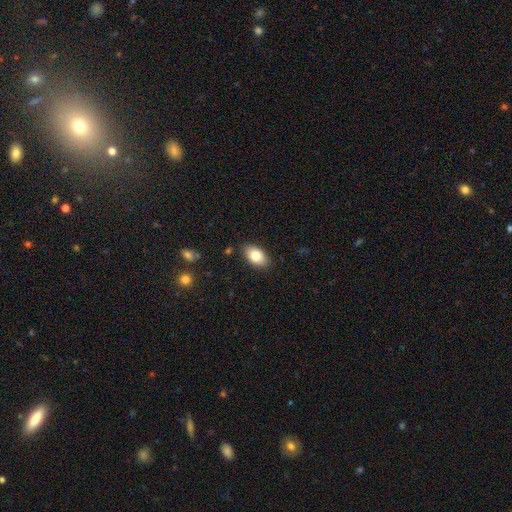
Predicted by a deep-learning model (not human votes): A smooth galaxy with no disk features (84%) that is in between round and cigar-shaped (91%).

Vote fractions:
- Smooth or featured? smooth: 84% / featured or disk: 9% / star or artifact: 7%
- How rounded? in between: 91% / round: 8% / cigar-shaped: 2%
- Merging? none: 85% / minor disturbance: 11% / major disturbance: 2% / merger: 1%